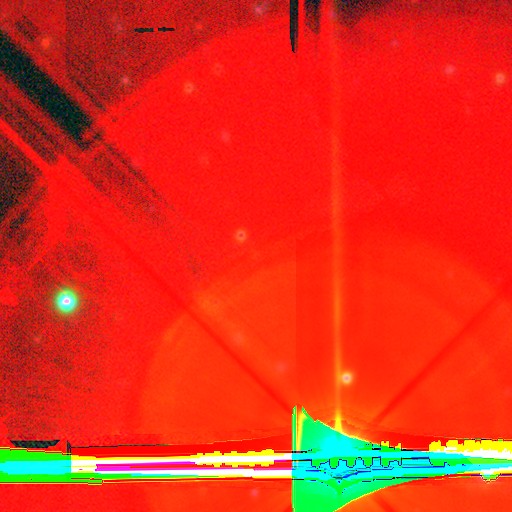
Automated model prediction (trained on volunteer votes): smooth_or_featured: star or artifact (p=0.88) [alt: featured or disk p=0.07]